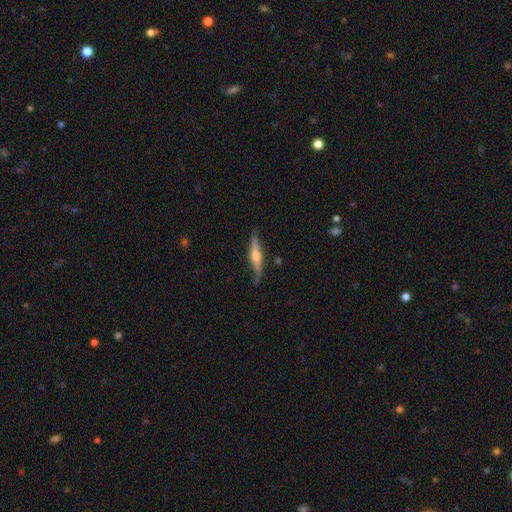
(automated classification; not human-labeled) This appears to be a featured or disk galaxy (71%) viewed edge-on (95%) with a rounded central bulge (87%). Merging: none (79%).